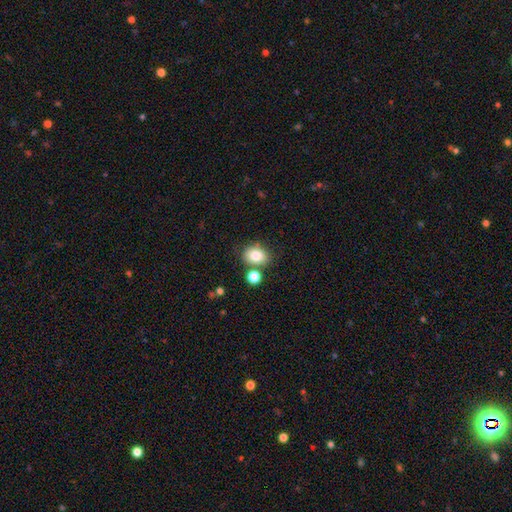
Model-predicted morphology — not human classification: smooth-or-featured: smooth: 82% | star or artifact: 9% | featured or disk: 8%
  how-rounded: in between: 58% | round: 41% | cigar-shaped: 1%
  merging: none: 66% | merger: 16% | minor disturbance: 13% | major disturbance: 4%